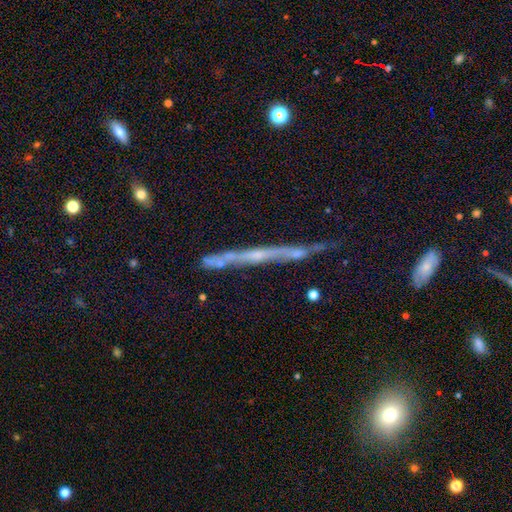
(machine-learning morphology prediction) type=featured or disk (70%); edge-on=yes (92%); edge-on bulge=none (68%); merging=none (65%).